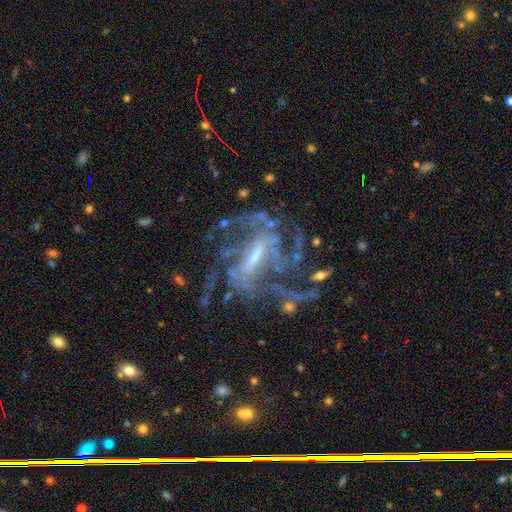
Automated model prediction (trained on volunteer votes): Overall: featured or disk (85%). Edge-on disk: no (95%). Bar: strong (44%; weak 40%). Spiral arms: yes (89%). Spiral arm count: can't tell (30%; 4 21%). Spiral winding: medium (45%; tight 31%). Bulge size: small (51%; moderate 33%). Merging: none (54%; major disturbance 26%).